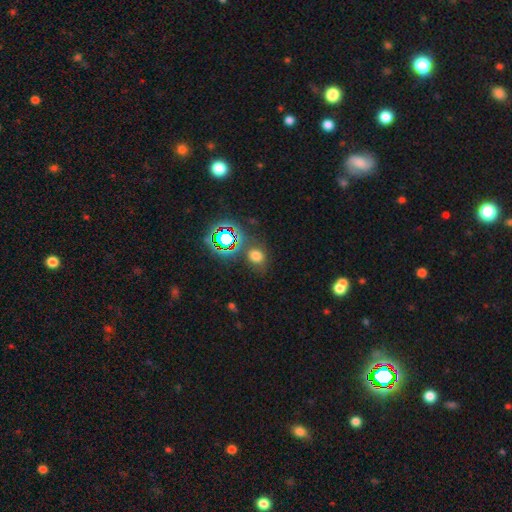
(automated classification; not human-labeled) Smooth or featured? Predicted: smooth (p=0.63). How rounded? Predicted: round (p=0.56). Merging? Predicted: none (p=0.71).